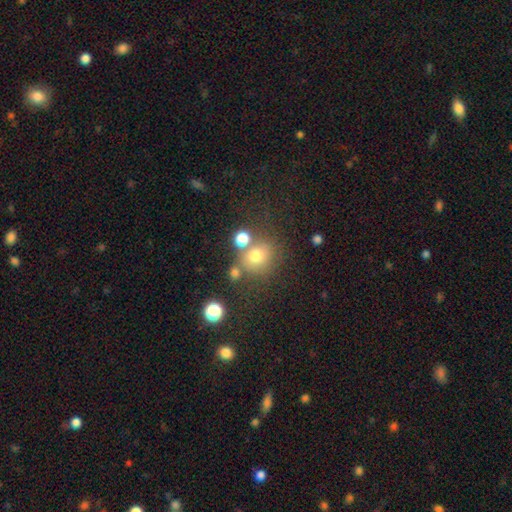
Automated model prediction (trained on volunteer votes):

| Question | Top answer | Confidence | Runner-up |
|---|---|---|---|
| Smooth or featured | smooth | 70% | star or artifact (19%) |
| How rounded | round | 81% | in between (18%) |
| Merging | none | 64% | merger (17%) |